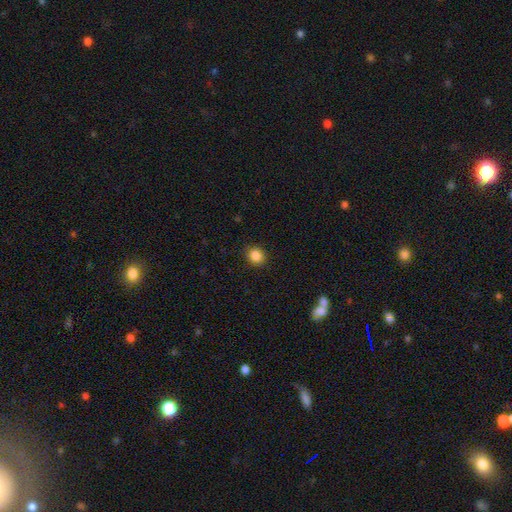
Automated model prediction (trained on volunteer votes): Smooth or featured? smooth (87%)
How rounded? round (74%)
Merging? none (89%)